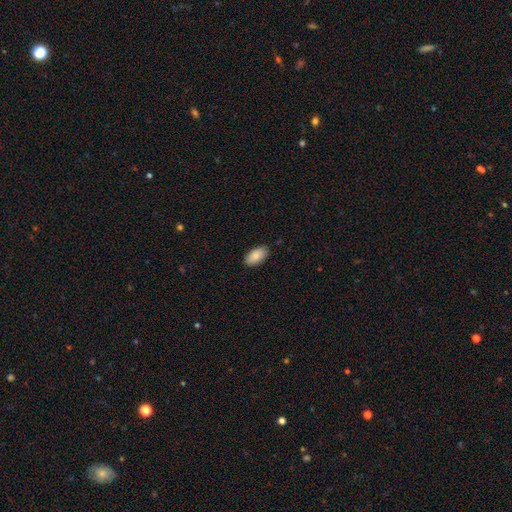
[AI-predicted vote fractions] Smooth or featured?
  - smooth: 88% *
  - star or artifact: 6%
  - featured or disk: 6%
How rounded?
  - in between: 95% *
  - cigar-shaped: 3%
  - round: 2%
Merging?
  - none: 88% *
  - minor disturbance: 9%
  - major disturbance: 2%
  - merger: 1%